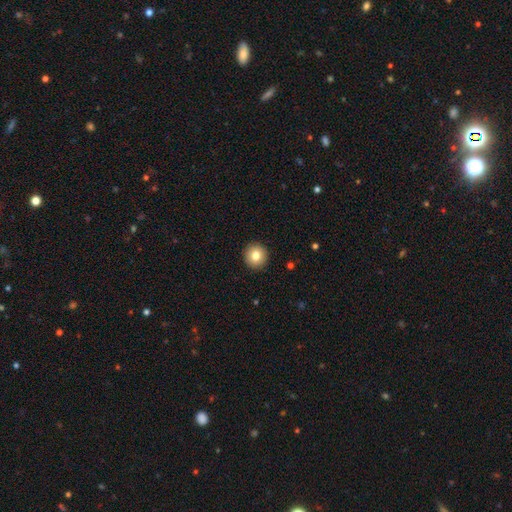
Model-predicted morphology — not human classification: Overall: smooth (81%). How rounded: round (95%). Merging: none (93%).